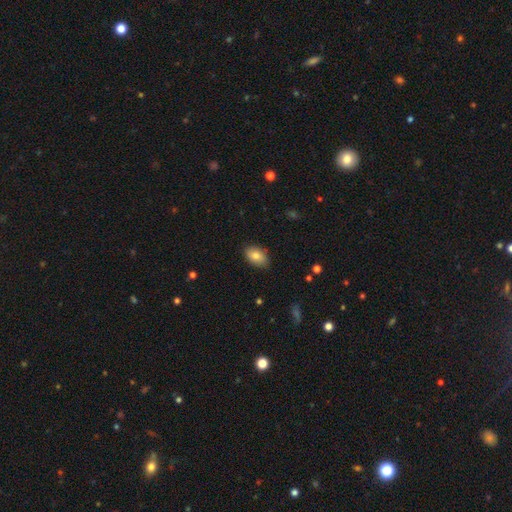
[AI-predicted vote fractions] Smooth or featured? smooth (82%)
How rounded? in between (89%)
Merging? none (85%)